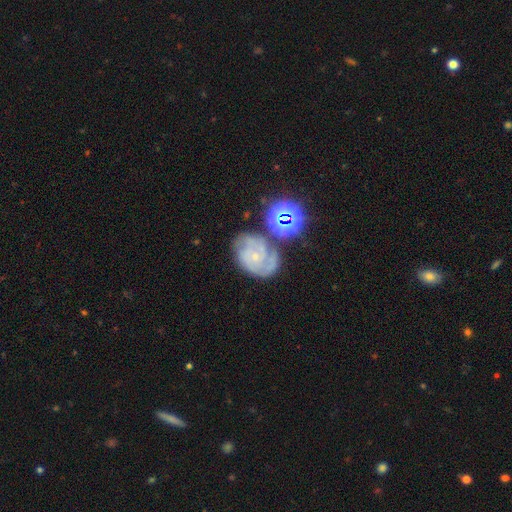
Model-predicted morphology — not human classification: Smooth or featured? Predicted: featured or disk (p=0.76). Edge-on disk? Predicted: no (p=0.97). Bar? Predicted: no (p=0.75). Spiral arms? Predicted: yes (p=0.95). Spiral winding? Predicted: tight (p=0.63). Spiral arm count? Predicted: 3 (p=0.34). Bulge size? Predicted: small (p=0.79). Merging? Predicted: none (p=0.59).